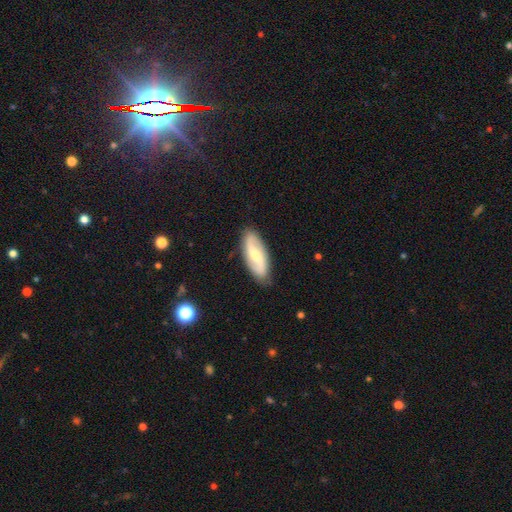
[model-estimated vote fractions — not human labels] A featured or disk galaxy (69%) with a weak bar (46%), 2 (90%) loose (51%) spiral arms (90%) and a moderate central bulge (49%).

Vote fractions:
- Smooth or featured? featured or disk: 69% / smooth: 27% / star or artifact: 5%
- Edge-on disk? no: 93% / yes: 7%
- Bar? weak: 46% / strong: 34% / no: 20%
- Spiral arms? yes: 90% / no: 10%
- Spiral winding? loose: 51% / medium: 34% / tight: 14%
- Spiral arm count? 2: 90% / can't tell: 5% / 1: 2% / 3: 1% / 4: 1% / more than 4: 1%
- Bulge size? moderate: 49% / small: 37% / large: 7% / none: 6% / dominant: 2%
- Merging? none: 85% / minor disturbance: 11% / major disturbance: 2% / merger: 1%